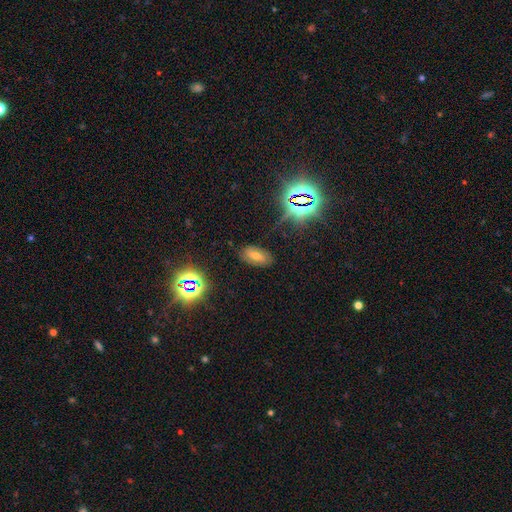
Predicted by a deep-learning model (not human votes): A star or artifact, not a galaxy (45%).